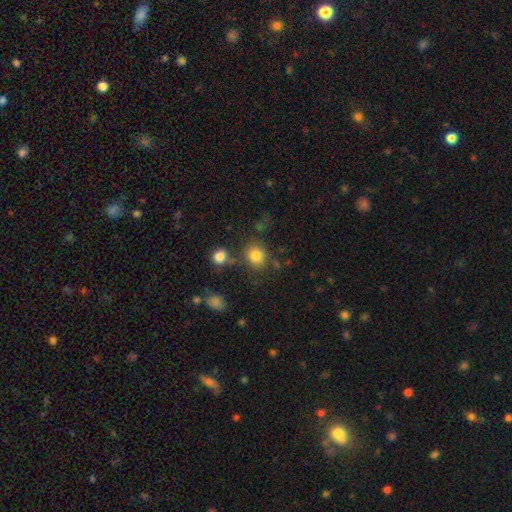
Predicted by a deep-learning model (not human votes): Q: Smooth or featured?
A: smooth (82%); runner-up: star or artifact (12%)
Q: How rounded?
A: round (83%); runner-up: in between (16%)
Q: Merging?
A: none (75%); runner-up: minor disturbance (11%)